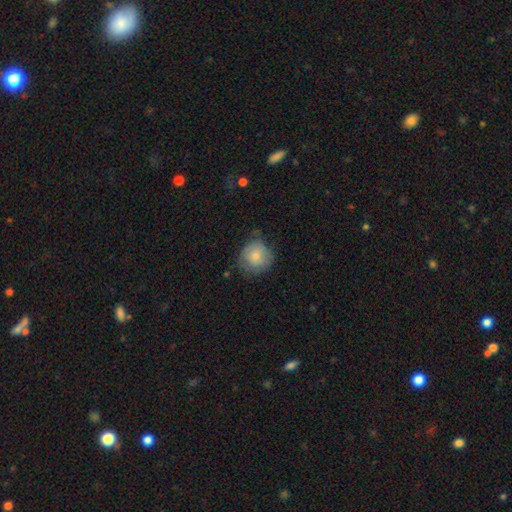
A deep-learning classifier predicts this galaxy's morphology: smooth 75%, featured or disk 18%, star or artifact 7%. Down the decision tree: how rounded — round (87%); merging — none (55%).